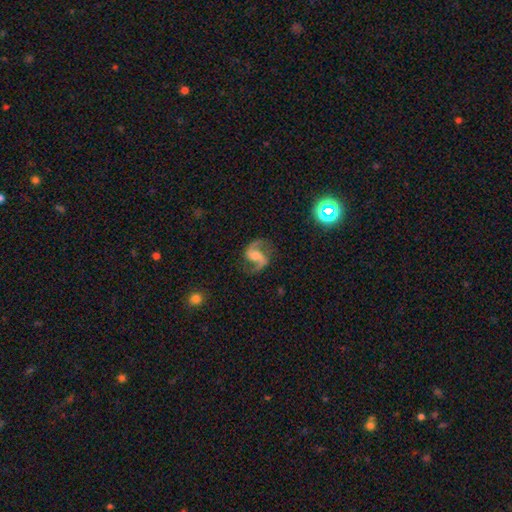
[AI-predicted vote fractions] smooth-or-featured: featured or disk: 90% | star or artifact: 6% | smooth: 5%
  disk-edge-on: no: 98% | yes: 2%
    bar: weak: 47% | no: 29% | strong: 24%
    has-spiral-arms: yes: 98% | no: 2%
      spiral-winding: medium: 47% | loose: 46% | tight: 8%
      spiral-arm-count: 2: 94% | 1: 2% | can't tell: 2% | 3: 1% | 4: 1% | more than 4: 1%
    bulge-size: moderate: 46% | small: 34% | none: 12% | large: 7% | dominant: 1%
  merging: none: 78% | minor disturbance: 13% | major disturbance: 7% | merger: 2%